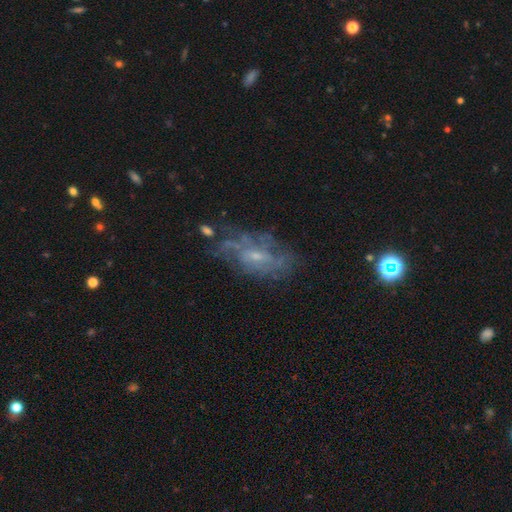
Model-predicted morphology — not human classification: Q: Smooth or featured?
A: featured or disk (72%); runner-up: smooth (17%)
Q: Edge-on disk?
A: no (93%); runner-up: yes (7%)
Q: Bar?
A: no (56%); runner-up: weak (37%)
Q: Spiral arms?
A: yes (71%); runner-up: no (29%)
Q: Bulge size?
A: small (66%); runner-up: moderate (25%)
Q: Merging?
A: none (57%); runner-up: minor disturbance (22%)